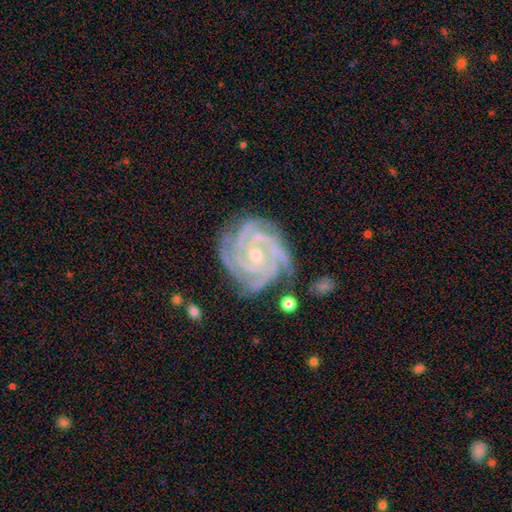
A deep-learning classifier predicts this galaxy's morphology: featured or disk 92%, star or artifact 5%, smooth 3%. Down the decision tree: edge-on disk — no (98%); bar — no (63%); spiral arms — yes (99%); spiral arm count — 4 (38%); spiral winding — tight (81%); bulge size — small (66%); merging — none (76%).